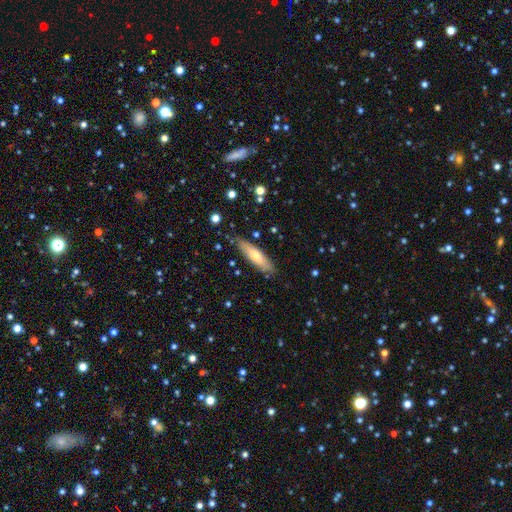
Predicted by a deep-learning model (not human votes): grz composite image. It shows a smooth galaxy with no disk features (64%) that is cigar-shaped (64%). Merging: none (83%).